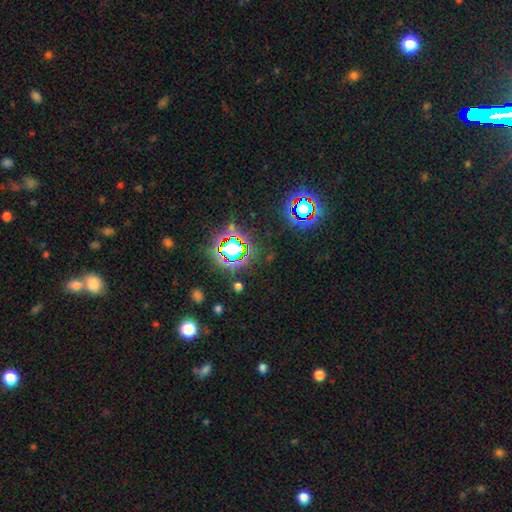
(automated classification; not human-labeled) A star or artifact, not a galaxy (79%).

Vote fractions:
- Smooth or featured? star or artifact: 79% / smooth: 13% / featured or disk: 8%